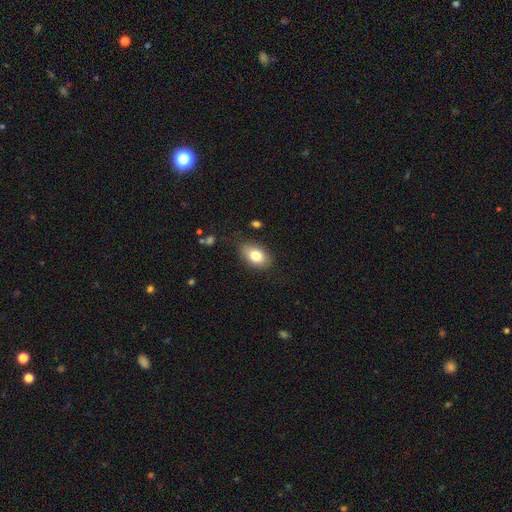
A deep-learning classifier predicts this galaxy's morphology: This is likely a smooth galaxy (80%). How rounded: clearly in between (88%). Merging: likely none (79%).